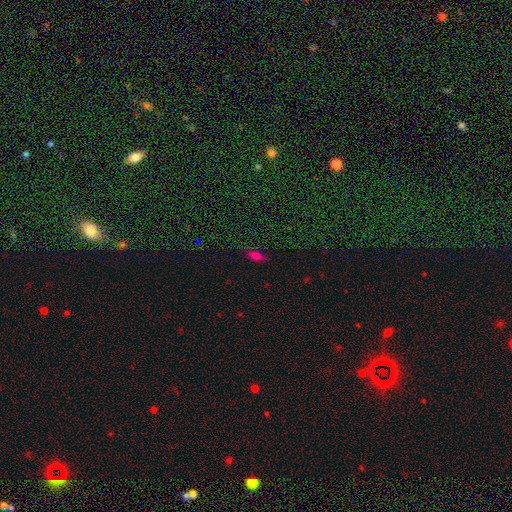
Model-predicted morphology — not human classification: Smooth or featured: smooth — 64% (star or artifact — 21%)
How rounded: in between — 75% (cigar-shaped — 20%)
Merging: none — 76% (minor disturbance — 18%)